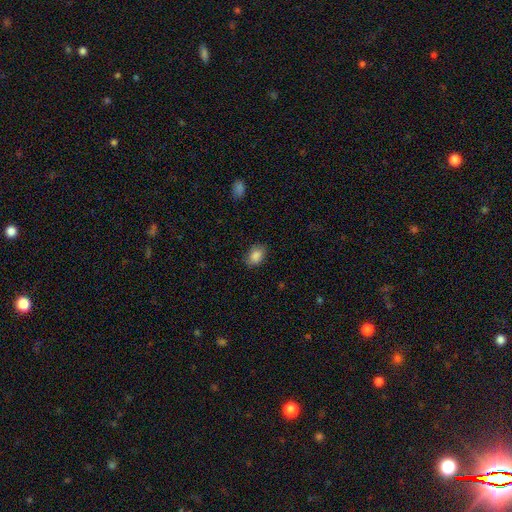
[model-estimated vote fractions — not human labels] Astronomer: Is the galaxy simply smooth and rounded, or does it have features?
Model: smooth — 87%.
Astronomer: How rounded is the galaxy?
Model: in between — 81%.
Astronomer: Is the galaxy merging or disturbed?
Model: none — 80%.